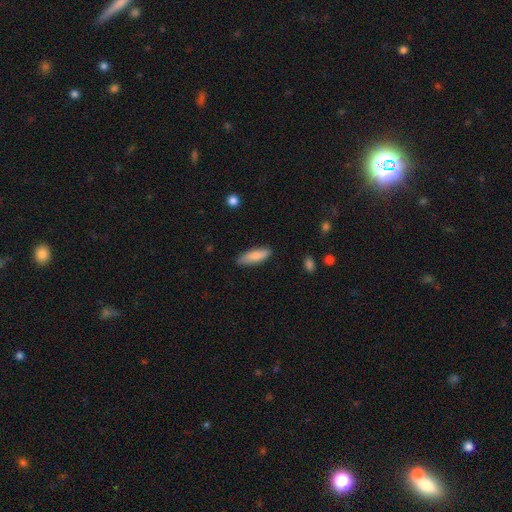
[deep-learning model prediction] Q: Smooth or featured?
A: smooth (83%); runner-up: featured or disk (11%)
Q: How rounded?
A: in between (55%); runner-up: cigar-shaped (43%)
Q: Merging?
A: none (82%); runner-up: minor disturbance (14%)